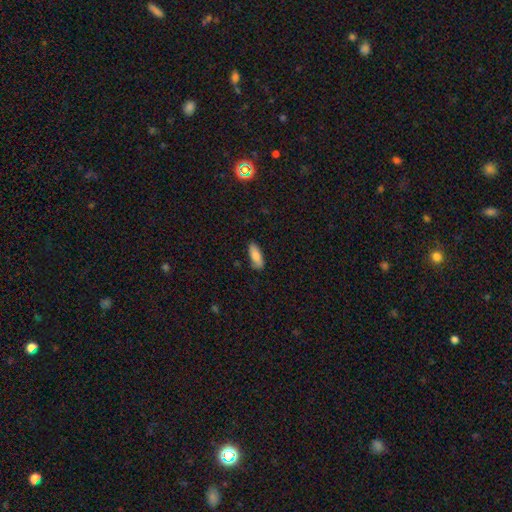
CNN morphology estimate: type=smooth (83%); roundness=in between (71%); merging=none (82%).